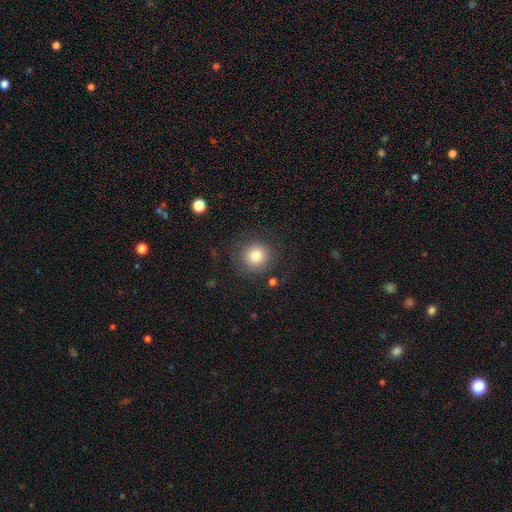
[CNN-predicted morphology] Smooth or featured? Predicted: smooth (p=0.79). How rounded? Predicted: round (p=0.94). Merging? Predicted: none (p=0.84).